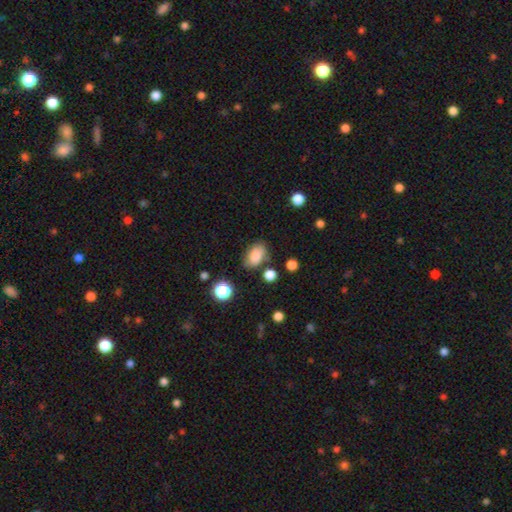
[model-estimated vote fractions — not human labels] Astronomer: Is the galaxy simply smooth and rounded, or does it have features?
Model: smooth — 83%.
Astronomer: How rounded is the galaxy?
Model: in between — 85%.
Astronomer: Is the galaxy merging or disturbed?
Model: none — 71%.